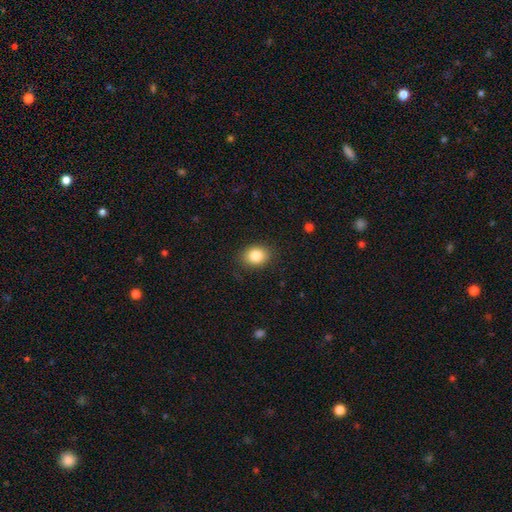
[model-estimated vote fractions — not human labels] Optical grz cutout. It shows a smooth galaxy with no disk features (84%) that is in between round and cigar-shaped (54%). Merging: none (86%).